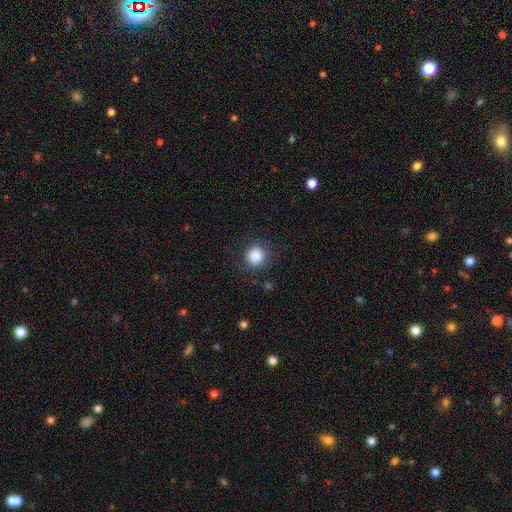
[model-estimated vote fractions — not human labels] This is clearly a smooth galaxy (85%). How rounded: clearly round (90%). Merging: clearly none (83%).